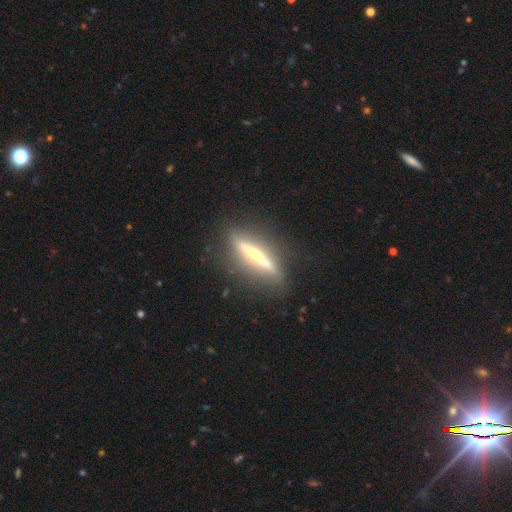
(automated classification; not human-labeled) Smooth or featured? featured or disk (74%)
Edge-on disk? yes (93%)
Edge-on bulge? rounded (60%)
Merging? none (87%)